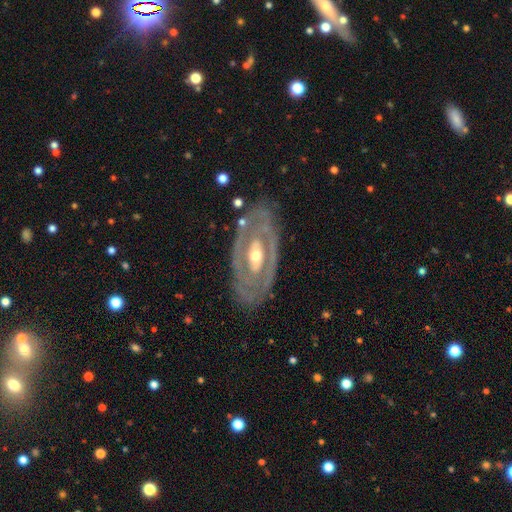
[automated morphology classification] Smooth or featured?
  - featured or disk: 80% *
  - smooth: 15%
  - star or artifact: 5%
Edge-on disk?
  - no: 90% *
  - yes: 10%
Bar?
  - no: 57% *
  - weak: 25%
  - strong: 18%
Spiral arms?
  - no: 53% *
  - yes: 47%
Bulge size?
  - moderate: 66% *
  - small: 24%
  - large: 7%
  - dominant: 1%
  - none: 1%
Merging?
  - none: 78% *
  - minor disturbance: 14%
  - major disturbance: 6%
  - merger: 2%